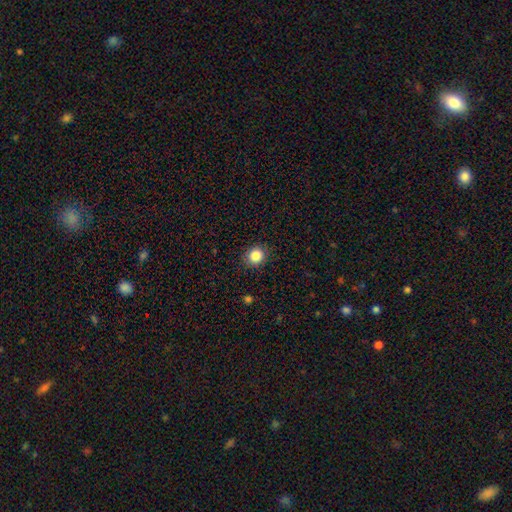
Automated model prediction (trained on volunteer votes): Smooth or featured?
  - smooth: 85% *
  - star or artifact: 10%
  - featured or disk: 5%
How rounded?
  - round: 80% *
  - in between: 19%
  - cigar-shaped: 1%
Merging?
  - none: 89% *
  - minor disturbance: 8%
  - major disturbance: 2%
  - merger: 1%